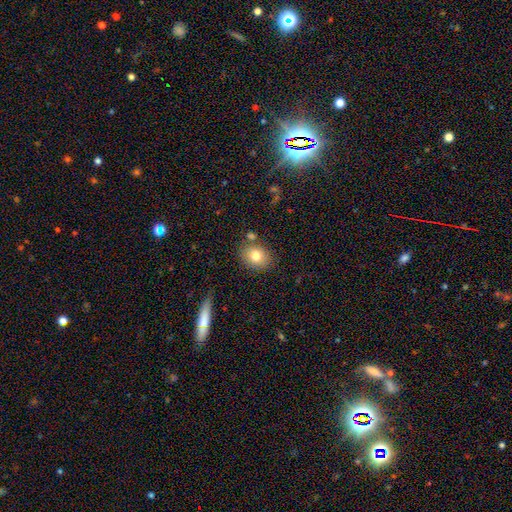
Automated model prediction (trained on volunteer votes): This is likely a smooth galaxy (78%). How rounded: possibly round (52%). Merging: likely none (77%).